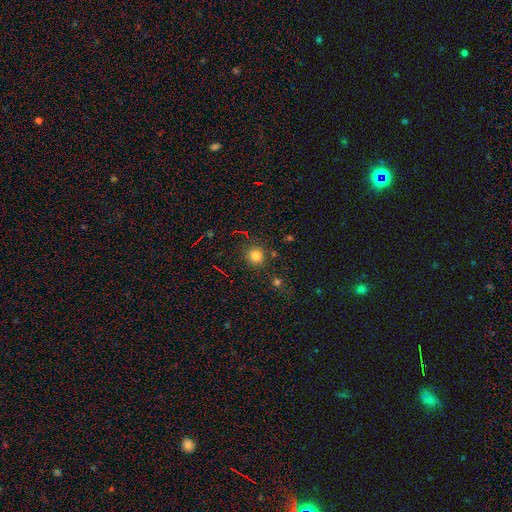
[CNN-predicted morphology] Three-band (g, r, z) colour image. It shows a smooth galaxy with no disk features (77%) that is round (91%). Merging: none (84%).